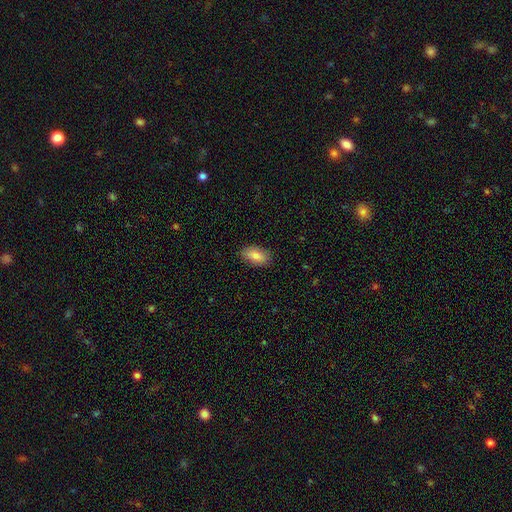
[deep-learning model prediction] Smooth or featured: smooth — 81% (featured or disk — 12%)
How rounded: in between — 92% (round — 5%)
Merging: none — 86% (minor disturbance — 11%)